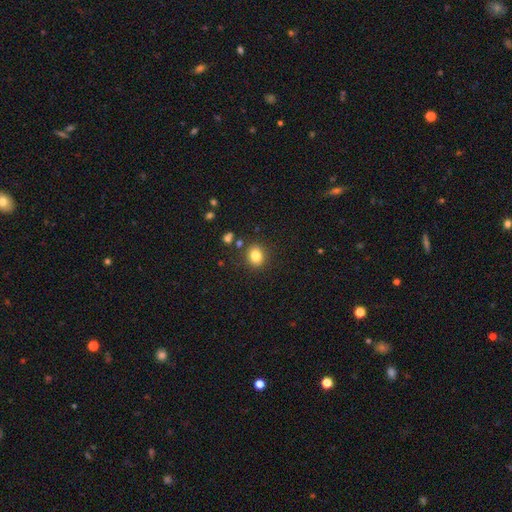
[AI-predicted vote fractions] smooth_or_featured: smooth (p=0.82) [alt: star or artifact p=0.11]
how_rounded: round (p=0.64) [alt: in between p=0.36]
merging: none (p=0.85) [alt: minor disturbance p=0.09]